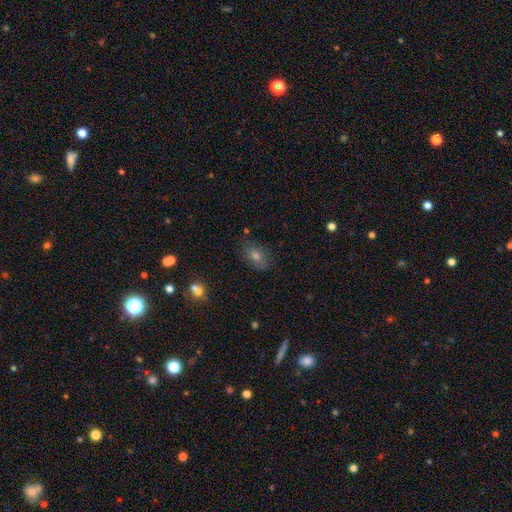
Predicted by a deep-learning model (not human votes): A smooth galaxy with no disk features (60%) that is in between round and cigar-shaped (76%). Merging: none (79%).